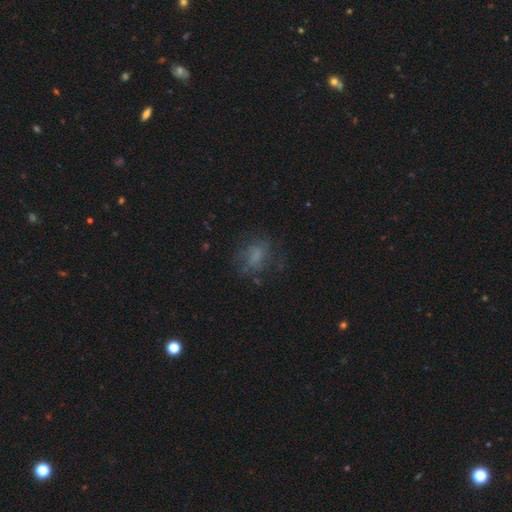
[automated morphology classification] smooth-or-featured: smooth: 45% | featured or disk: 37% | star or artifact: 18%
  merging: none: 58% | major disturbance: 20% | minor disturbance: 20% | merger: 2%